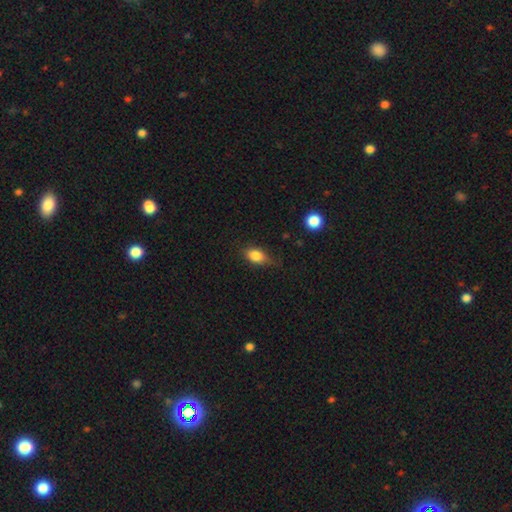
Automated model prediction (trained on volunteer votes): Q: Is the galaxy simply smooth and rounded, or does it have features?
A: smooth — 82%.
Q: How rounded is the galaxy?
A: in between — 80%.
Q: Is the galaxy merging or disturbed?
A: none — 64%.